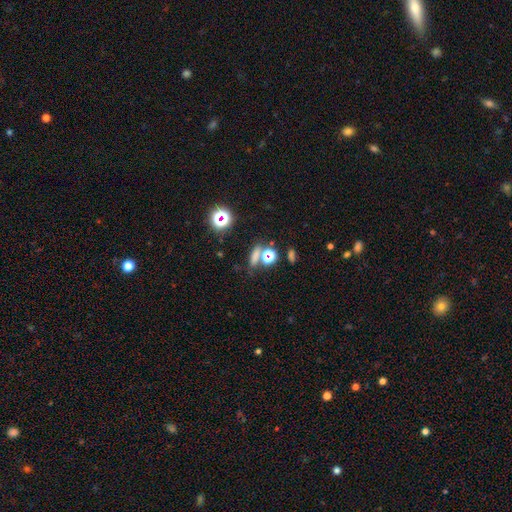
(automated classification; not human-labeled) The model was most divided on "how rounded" (2-way tie): in between: 34%, cigar-shaped: 34%, round: 32%. More confident: merging — none (67%); smooth or featured — smooth (54%).